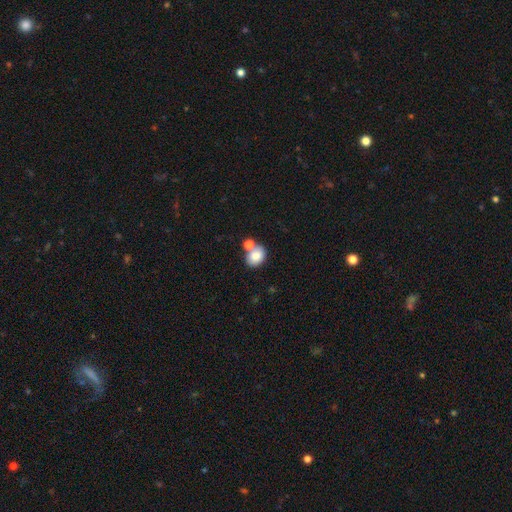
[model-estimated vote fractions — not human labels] Morphology: type=smooth (81%); roundness=in between (52%); merging=none (53%).